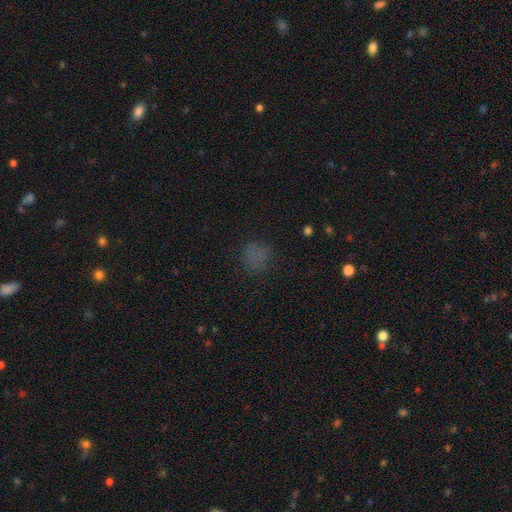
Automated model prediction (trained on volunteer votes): Overall: smooth (61%; star or artifact 27%). How rounded: round (74%). Merging: none (69%).